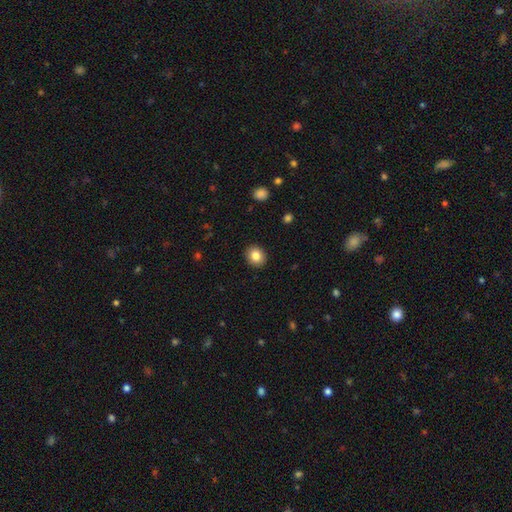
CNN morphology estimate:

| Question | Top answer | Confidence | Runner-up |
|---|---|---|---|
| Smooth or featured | smooth | 84% | star or artifact (9%) |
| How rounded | round | 67% | in between (32%) |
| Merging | none | 91% | minor disturbance (6%) |